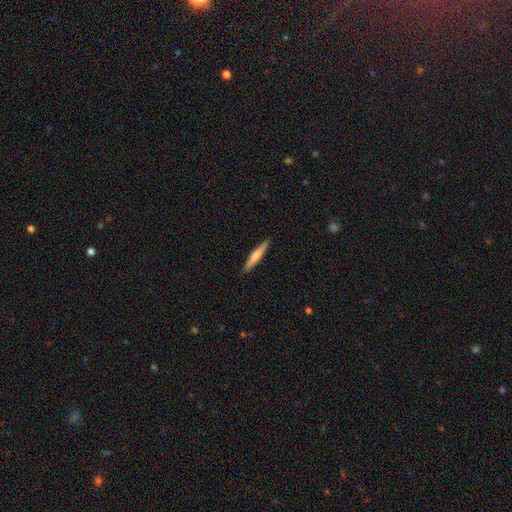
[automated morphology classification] type=smooth (62%); roundness=cigar-shaped (93%); merging=none (91%).